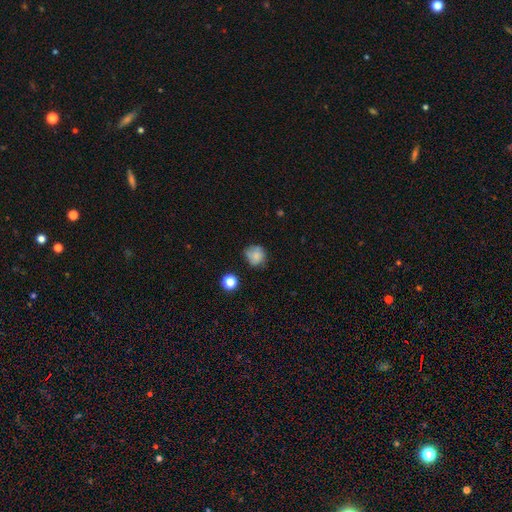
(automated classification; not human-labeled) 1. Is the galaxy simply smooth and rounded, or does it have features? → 77% smooth, 13% featured or disk, 11% star or artifact.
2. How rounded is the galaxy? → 82% round, 17% in between, 1% cigar-shaped.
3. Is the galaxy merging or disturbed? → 64% none, 26% minor disturbance, 7% major disturbance, 3% merger.